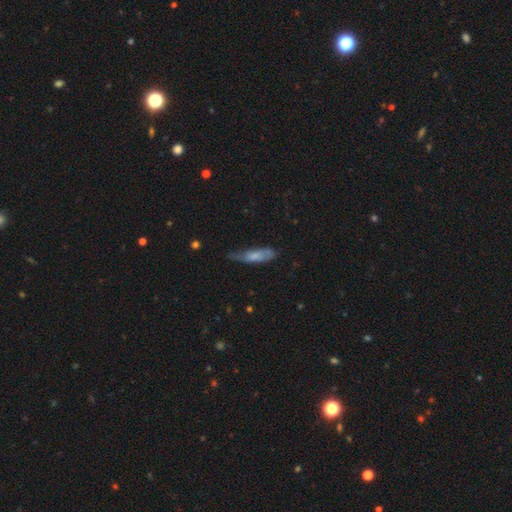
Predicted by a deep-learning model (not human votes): This appears to be a smooth galaxy with no disk features (68%) that is cigar-shaped (62%). Merging: minor disturbance (41%).